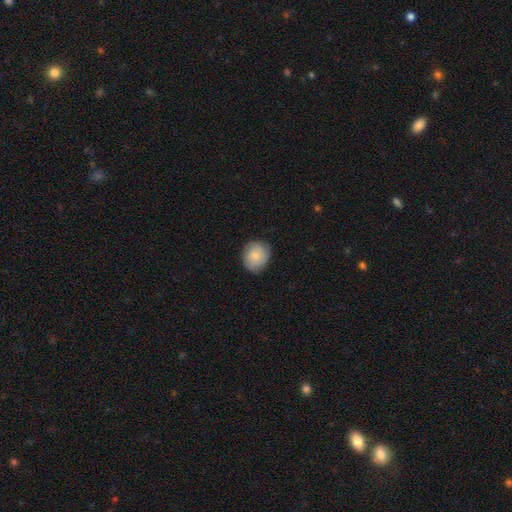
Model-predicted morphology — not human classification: This appears to be a smooth galaxy with no disk features (76%) that is round (75%). Merging: none (81%).